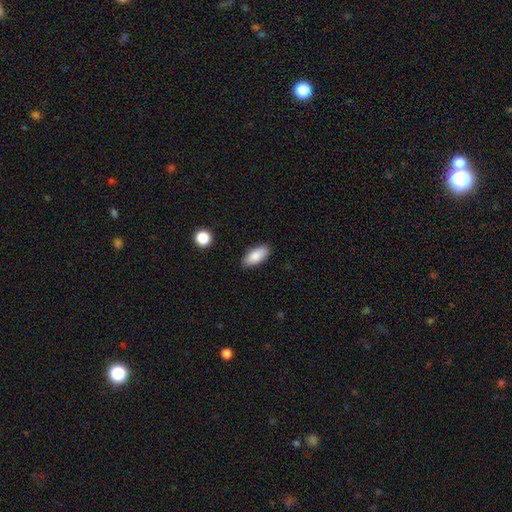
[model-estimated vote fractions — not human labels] smooth-or-featured: smooth: 86% | featured or disk: 8% | star or artifact: 7%
  how-rounded: in between: 87% | cigar-shaped: 11% | round: 2%
  merging: none: 86% | minor disturbance: 10% | major disturbance: 2% | merger: 1%